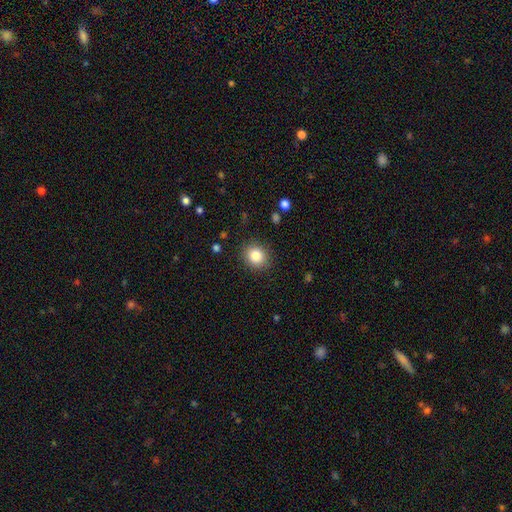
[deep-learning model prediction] smooth-or-featured: smooth: 83% | star or artifact: 10% | featured or disk: 7%
  how-rounded: round: 74% | in between: 25% | cigar-shaped: 1%
  merging: none: 88% | minor disturbance: 8% | major disturbance: 3% | merger: 1%